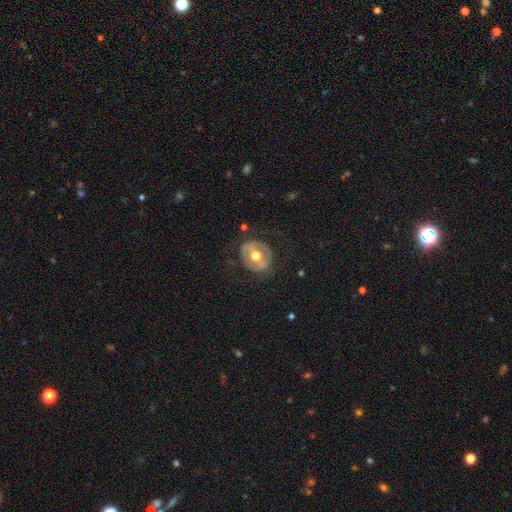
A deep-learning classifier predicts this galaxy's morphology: A featured or disk galaxy (58%) with no bar (35%), no spiral arms (76%) and a moderate central bulge (77%). Merging: none (75%).